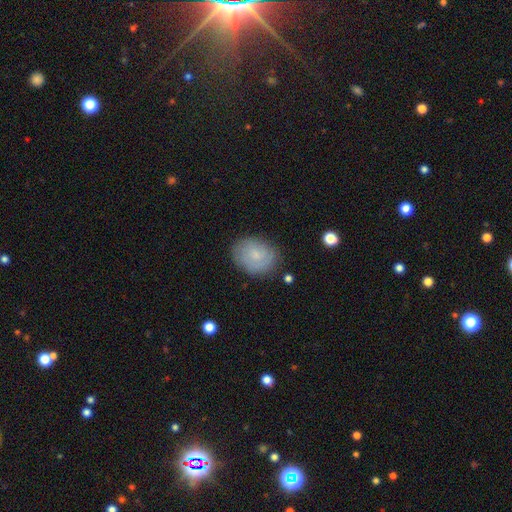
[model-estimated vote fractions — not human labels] smooth 59%, featured or disk 32%, star or artifact 8%. Down the decision tree: how rounded — in between (57%); merging — none (79%).